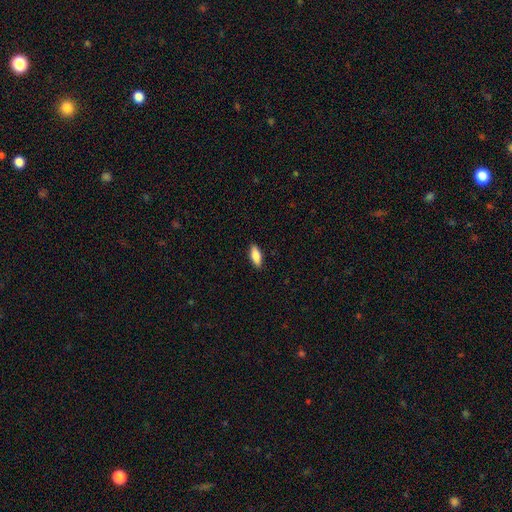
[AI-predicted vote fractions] Q: Smooth or featured?
A: smooth (82%); runner-up: featured or disk (12%)
Q: How rounded?
A: in between (73%); runner-up: cigar-shaped (25%)
Q: Merging?
A: none (89%); runner-up: minor disturbance (8%)